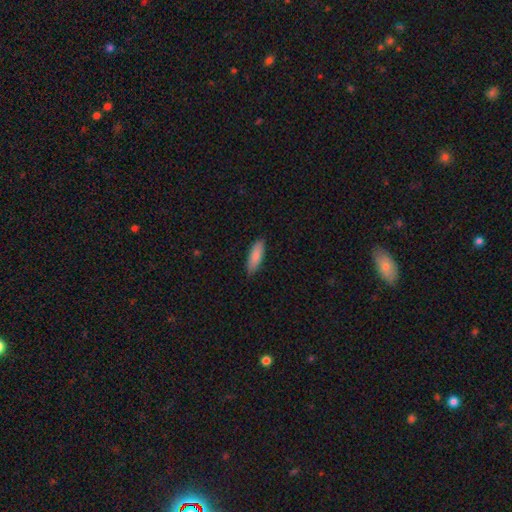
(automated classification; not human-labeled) smooth 85%, featured or disk 9%, star or artifact 6%. Down the decision tree: how rounded — in between (53%); merging — none (86%).